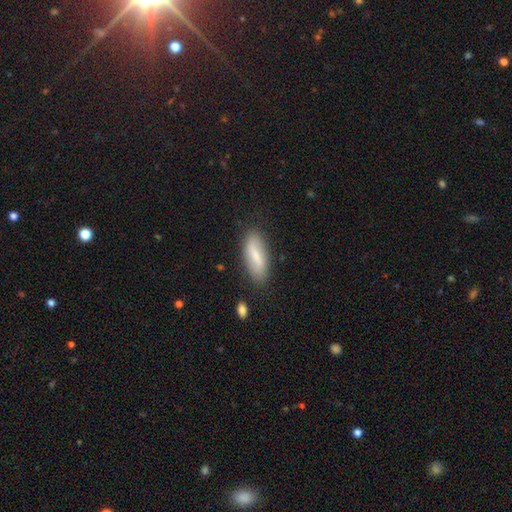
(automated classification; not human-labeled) Morphology: type=smooth (70%); roundness=in between (64%); merging=none (80%).